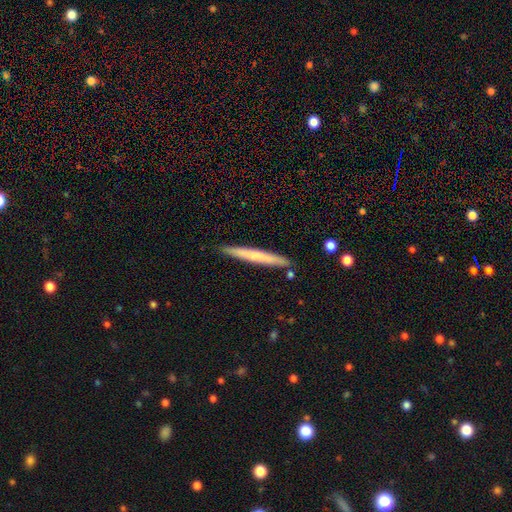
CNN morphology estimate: This is likely a smooth galaxy (63%). How rounded: clearly cigar-shaped (97%). Merging: clearly none (90%).